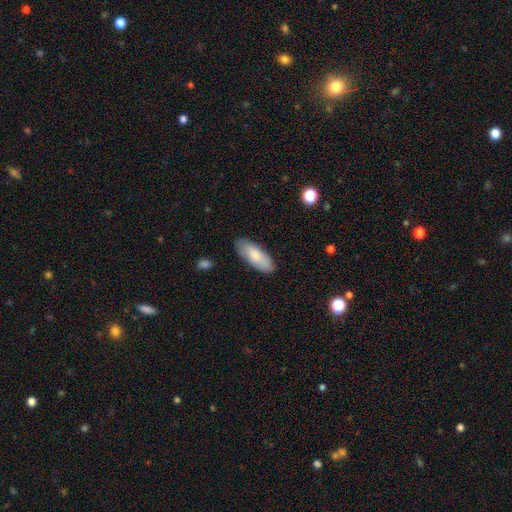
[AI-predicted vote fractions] This appears to be a smooth galaxy with no disk features (80%) that is in between round and cigar-shaped (77%). Merging: none (84%).